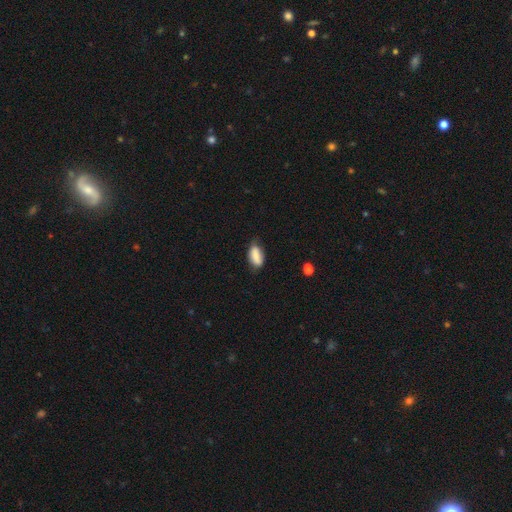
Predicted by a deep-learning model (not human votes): The model was most divided on "merging": none: 59%, minor disturbance: 32%, major disturbance: 6%, merger: 2%. More confident: how rounded — in between (89%); smooth or featured — smooth (83%).